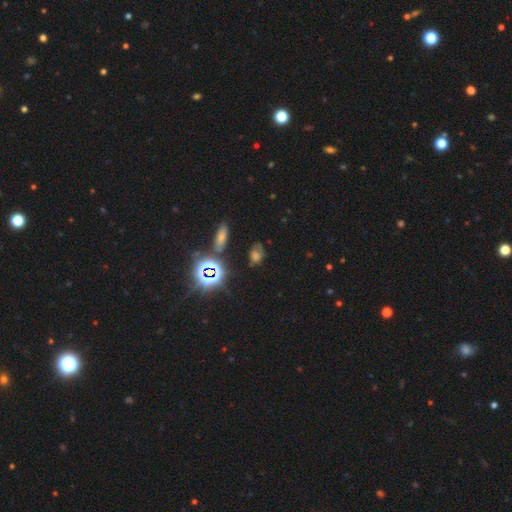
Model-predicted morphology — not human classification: Overall: star or artifact (51%; smooth 35%).